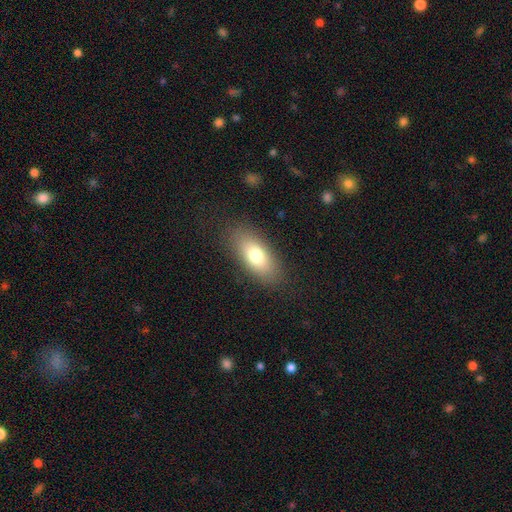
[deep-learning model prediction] The model was most divided on "smooth or featured": smooth: 74%, featured or disk: 17%, star or artifact: 9%. More confident: merging — none (85%); how rounded — in between (85%).